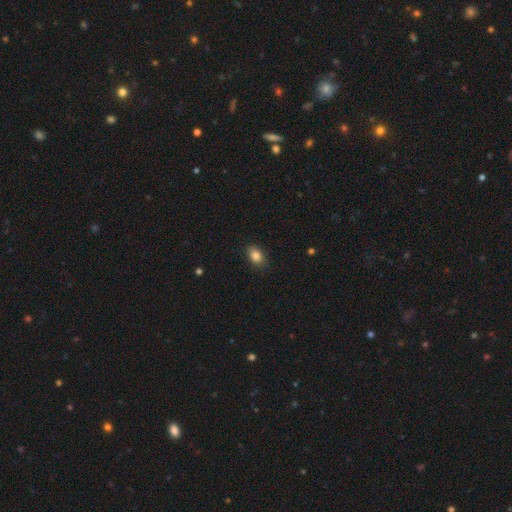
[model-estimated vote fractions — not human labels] smooth 87%, star or artifact 9%, featured or disk 5%. Down the decision tree: how rounded — in between (84%); merging — none (86%).